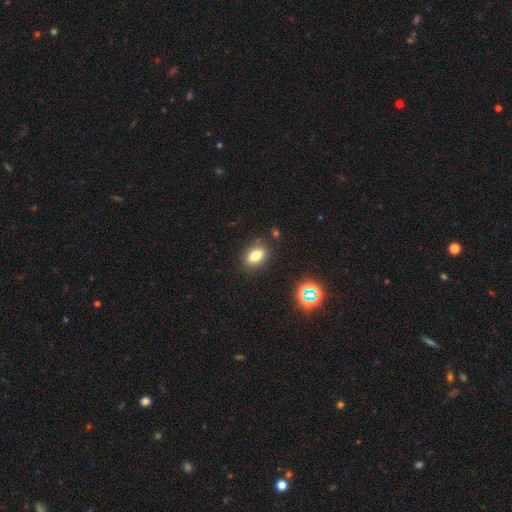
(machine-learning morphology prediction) smooth-or-featured: smooth: 73% | featured or disk: 15% | star or artifact: 12%
  how-rounded: in between: 78% | round: 13% | cigar-shaped: 9%
  merging: none: 85% | minor disturbance: 10% | major disturbance: 3% | merger: 2%